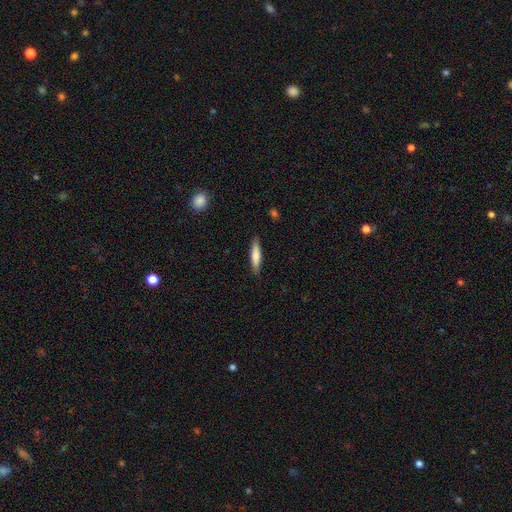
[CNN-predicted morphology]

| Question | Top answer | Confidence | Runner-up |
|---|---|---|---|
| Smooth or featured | smooth | 73% | featured or disk (21%) |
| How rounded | cigar-shaped | 84% | in between (15%) |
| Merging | none | 87% | minor disturbance (10%) |